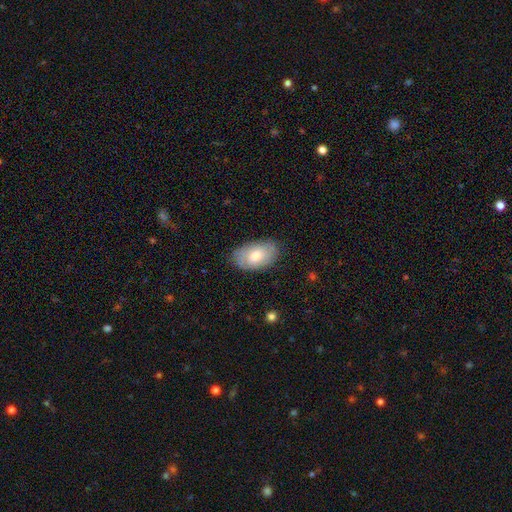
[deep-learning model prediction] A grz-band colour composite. It shows a smooth galaxy with no disk features (71%) that is in between round and cigar-shaped (94%). Merging: none (80%).